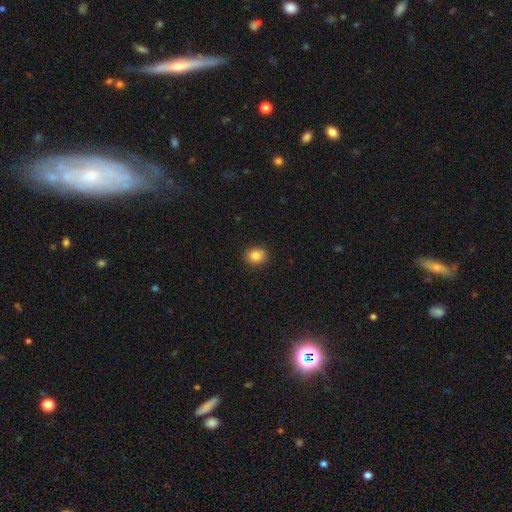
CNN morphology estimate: type=smooth (84%); roundness=round (69%); merging=none (86%).